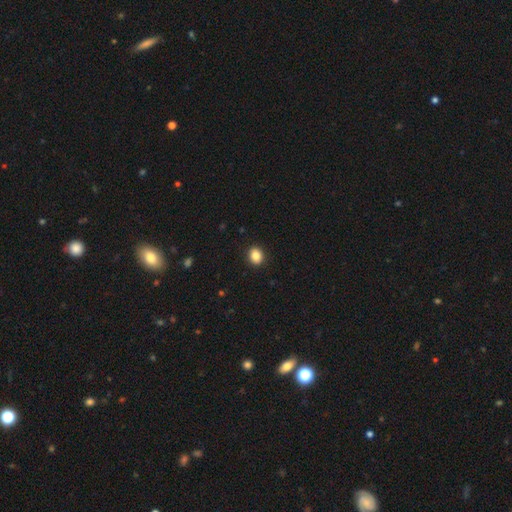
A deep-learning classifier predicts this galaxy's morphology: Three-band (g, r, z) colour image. It shows a smooth galaxy with no disk features (86%) that is round (53%). Merging: none (91%).